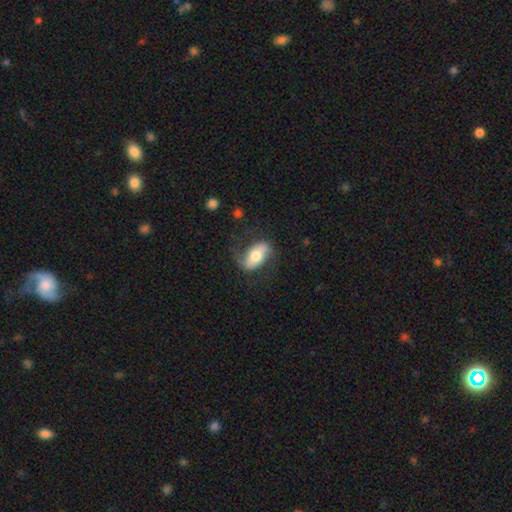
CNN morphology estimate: Smooth or featured: smooth — 49% (featured or disk — 45%)
Merging: none — 66% (minor disturbance — 20%)